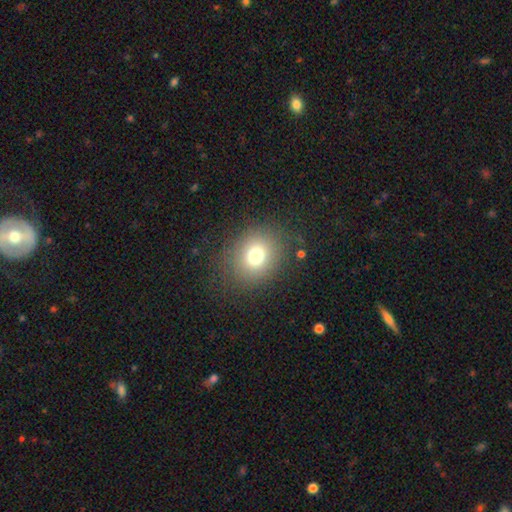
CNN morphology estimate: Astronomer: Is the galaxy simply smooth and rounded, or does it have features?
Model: smooth — 73%.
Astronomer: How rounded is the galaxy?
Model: round — 69%.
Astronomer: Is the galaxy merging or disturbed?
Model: none — 83%.